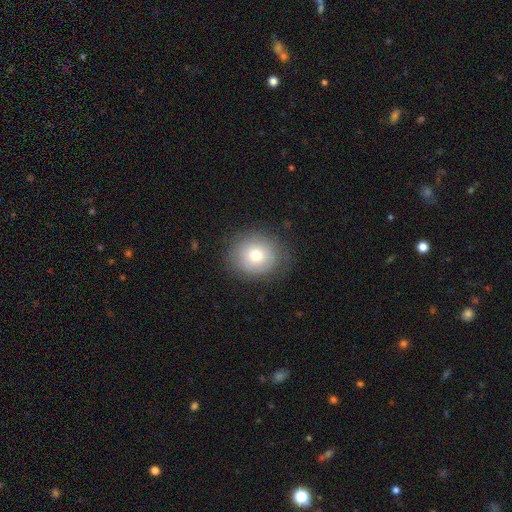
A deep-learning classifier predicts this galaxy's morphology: smooth_or_featured: smooth (p=0.73) [alt: featured or disk p=0.18]
how_rounded: round (p=0.75) [alt: in between p=0.24]
merging: none (p=0.80) [alt: minor disturbance p=0.14]